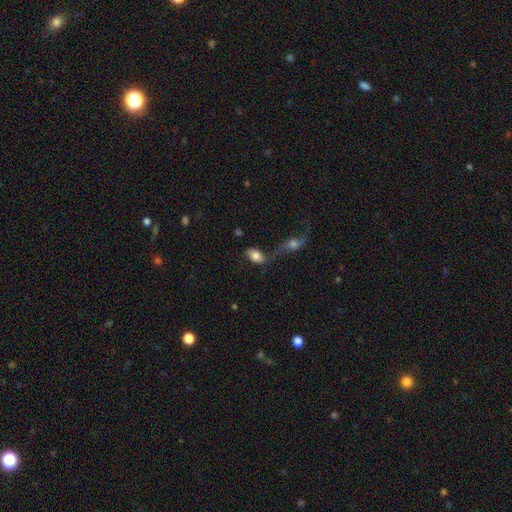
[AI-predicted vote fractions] A smooth galaxy with no disk features (75%) that is in between round and cigar-shaped (89%).

Vote fractions:
- Smooth or featured? smooth: 75% / featured or disk: 17% / star or artifact: 8%
- How rounded? in between: 89% / round: 8% / cigar-shaped: 2%
- Merging? merger: 45% / none: 31% / minor disturbance: 13% / major disturbance: 11%